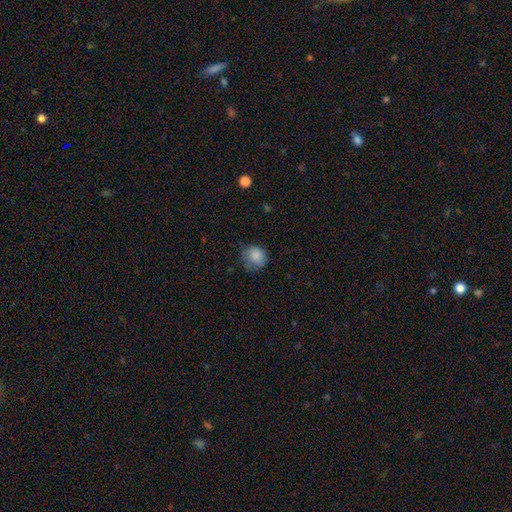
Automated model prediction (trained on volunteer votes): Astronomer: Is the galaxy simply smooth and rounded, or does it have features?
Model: smooth — 84%.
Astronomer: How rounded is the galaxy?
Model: round — 75%.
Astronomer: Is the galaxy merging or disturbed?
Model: none — 61%.